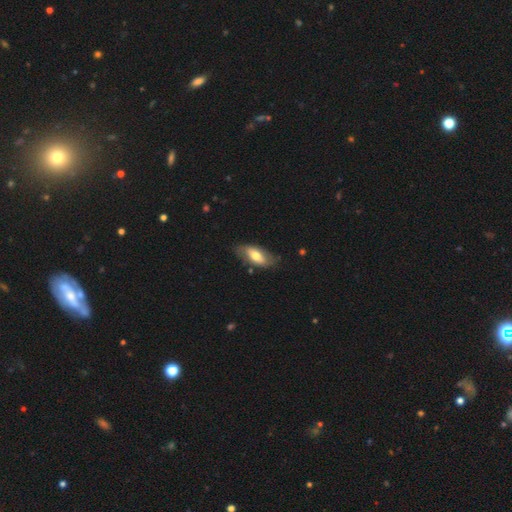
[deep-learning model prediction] Smooth or featured? smooth (57%)
How rounded? in between (87%)
Merging? none (72%)